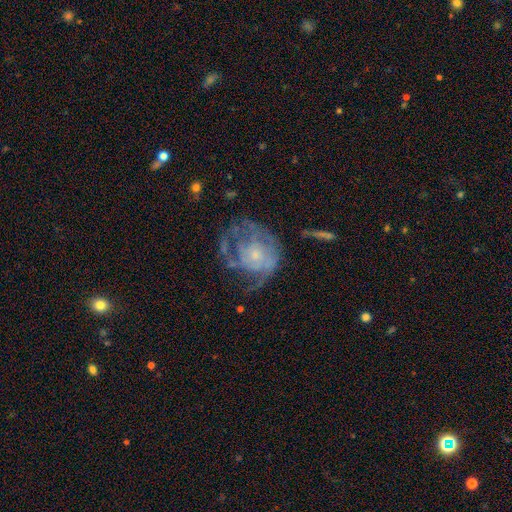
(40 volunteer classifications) A featured or disk galaxy (88%) with no bar (74%), tight (56%) spiral arms (97%) and a small central bulge (63%).

Vote fractions:
- Smooth or featured? featured or disk: 88% / smooth: 10% / star or artifact: 2%
- Edge-on disk? no: 100% / yes: 0%
- Bar? no: 74% / weak: 23% / strong: 3%
- Spiral arms? yes: 97% / no: 3%
- Spiral winding? tight: 56% / loose: 24% / medium: 21%
- Spiral arm count? can't tell: 56% / 3: 15% / 2: 12% / 4: 12% / 1: 3% / more than 4: 3%
- Bulge size? small: 63% / moderate: 34% / none: 3% / dominant: 0% / large: 0%
- Merging? none: 36% (tied) / major disturbance: 36% (tied) / minor disturbance: 26% / merger: 3%